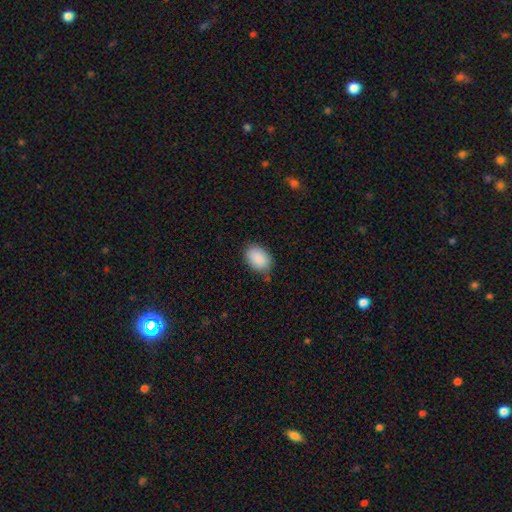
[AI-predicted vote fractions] The model was most divided on "merging": none: 73%, minor disturbance: 21%, major disturbance: 4%, merger: 2%. More confident: smooth or featured — smooth (90%); how rounded — in between (86%).